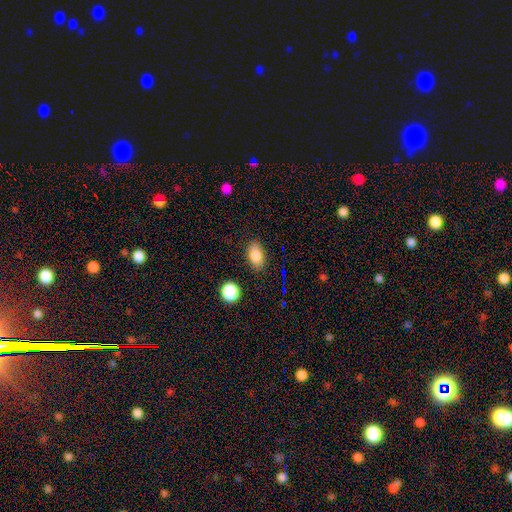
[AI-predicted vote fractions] The model was most divided on "merging": none: 85%, minor disturbance: 10%, major disturbance: 3%, merger: 2%. More confident: how rounded — in between (88%); smooth or featured — smooth (84%).